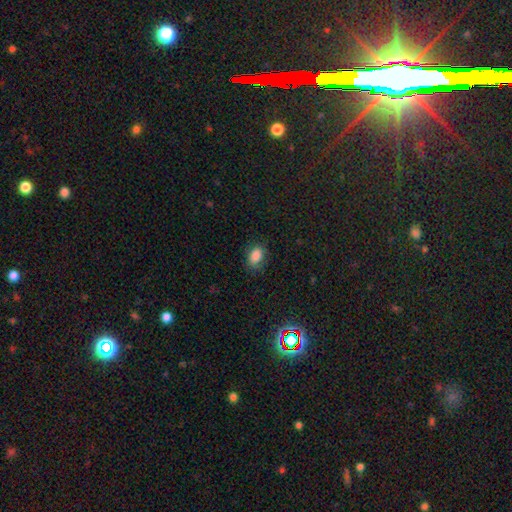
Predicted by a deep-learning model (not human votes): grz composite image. It shows a smooth galaxy with no disk features (85%) that is in between round and cigar-shaped (84%). Merging: none (79%).